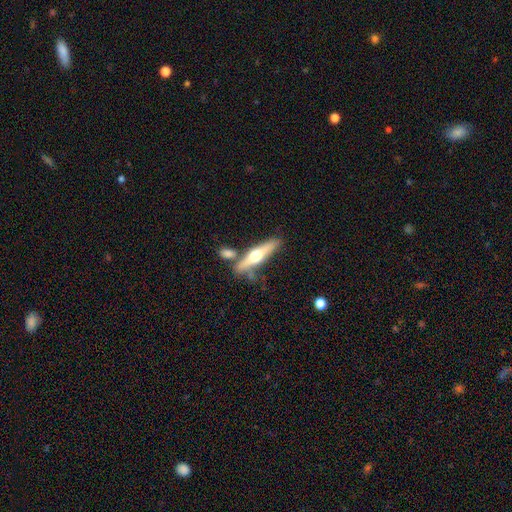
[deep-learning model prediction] smooth_or_featured: featured or disk (p=0.59) [alt: smooth p=0.36]
disk_edge_on: yes (p=0.93) [alt: no p=0.07]
edge_on_bulge: rounded (p=0.94) [alt: none p=0.03]
merging: none (p=0.66) [alt: merger p=0.16]